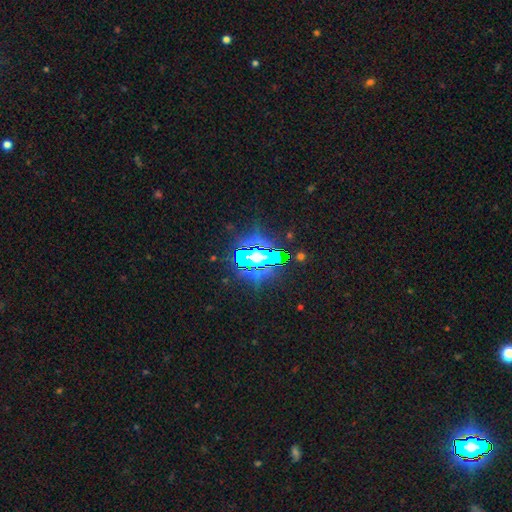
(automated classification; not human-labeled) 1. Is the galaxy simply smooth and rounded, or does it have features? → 63% star or artifact, 22% smooth, 15% featured or disk.